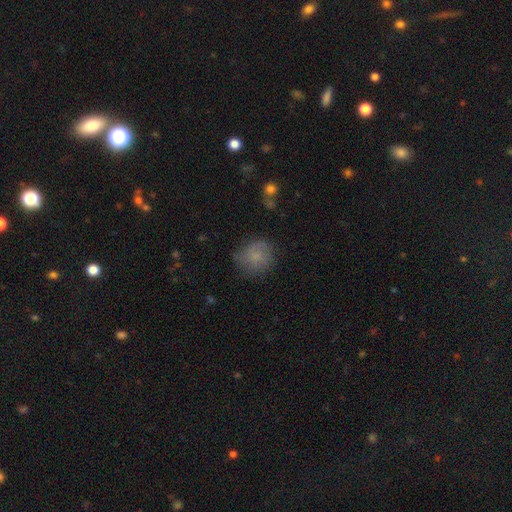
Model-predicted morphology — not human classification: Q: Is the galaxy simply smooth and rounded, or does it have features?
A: smooth — 72%.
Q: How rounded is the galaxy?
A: round — 80%.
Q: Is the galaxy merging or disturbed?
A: none — 63%.